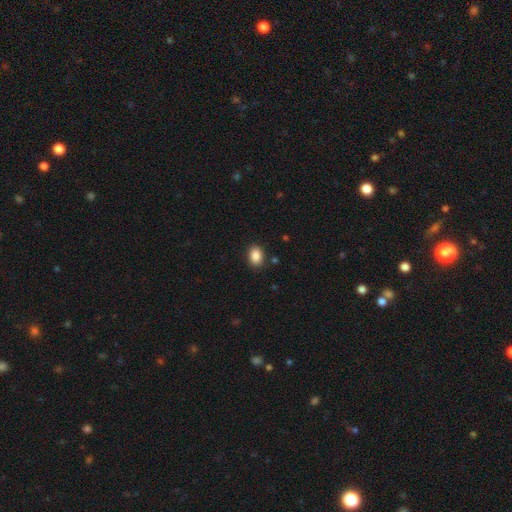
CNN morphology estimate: smooth 88%, star or artifact 8%, featured or disk 4%. Down the decision tree: how rounded — in between (74%); merging — none (88%).